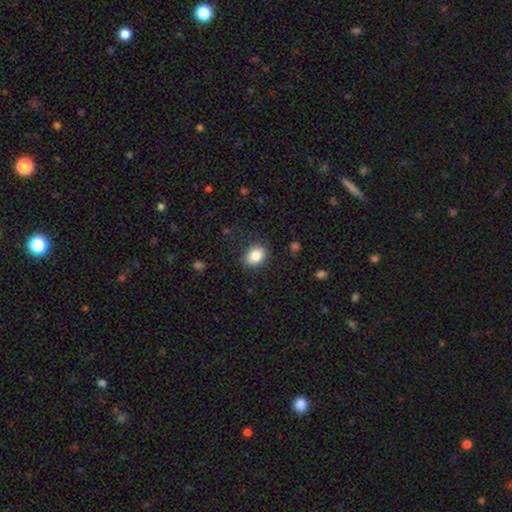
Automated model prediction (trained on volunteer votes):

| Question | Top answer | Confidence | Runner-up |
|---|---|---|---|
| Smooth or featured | smooth | 86% | star or artifact (8%) |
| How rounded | in between | 65% | round (34%) |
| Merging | none | 83% | minor disturbance (13%) |